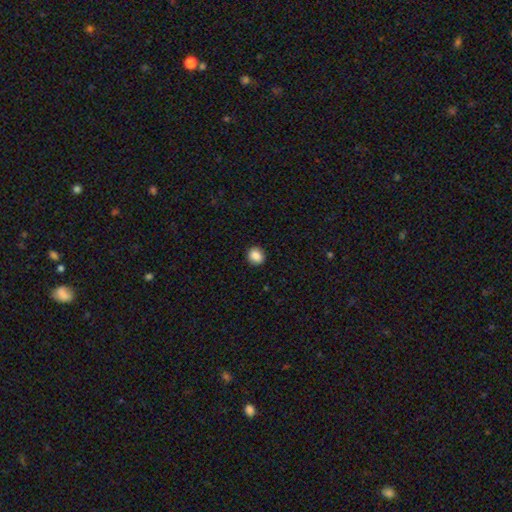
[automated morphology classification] A smooth galaxy with no disk features (87%) that is round (76%).

Vote fractions:
- Smooth or featured? smooth: 87% / star or artifact: 9% / featured or disk: 4%
- How rounded? round: 76% / in between: 23% / cigar-shaped: 1%
- Merging? none: 91% / minor disturbance: 6% / major disturbance: 2% / merger: 1%